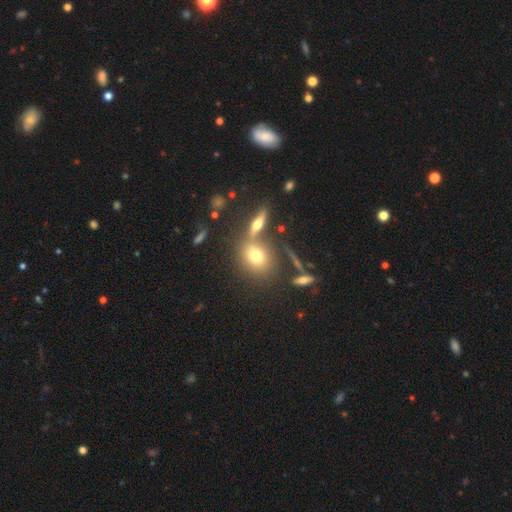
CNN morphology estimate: Q: Smooth or featured?
A: smooth (69%); runner-up: featured or disk (18%)
Q: How rounded?
A: round (64%); runner-up: in between (33%)
Q: Merging?
A: none (61%); runner-up: merger (24%)